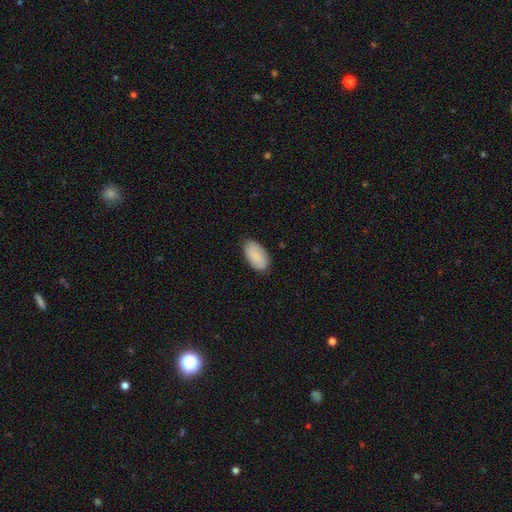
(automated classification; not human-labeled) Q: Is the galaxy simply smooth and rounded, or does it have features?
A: smooth — 84%.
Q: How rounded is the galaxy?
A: in between — 95%.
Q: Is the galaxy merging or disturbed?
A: none — 83%.